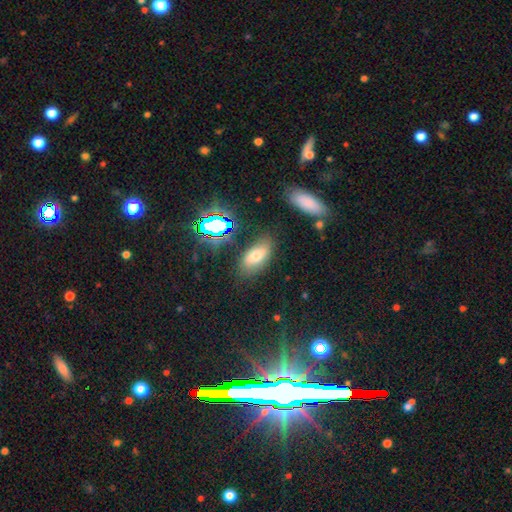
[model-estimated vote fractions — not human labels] smooth_or_featured: smooth (p=0.64) [alt: star or artifact p=0.20]
how_rounded: in between (p=0.87) [alt: cigar-shaped p=0.08]
merging: none (p=0.76) [alt: minor disturbance p=0.16]